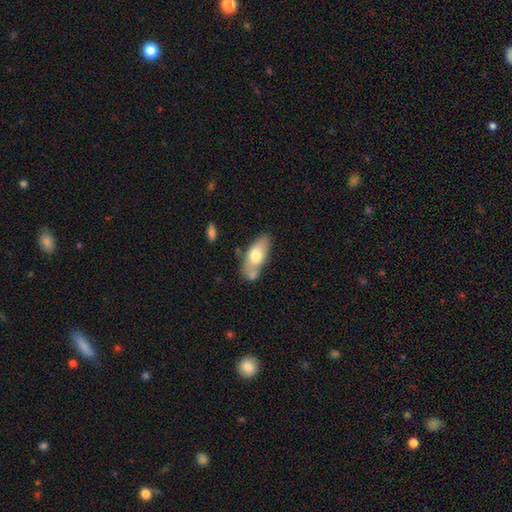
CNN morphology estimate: smooth 68%, featured or disk 26%, star or artifact 6%. Down the decision tree: how rounded — in between (84%); merging — none (55%).